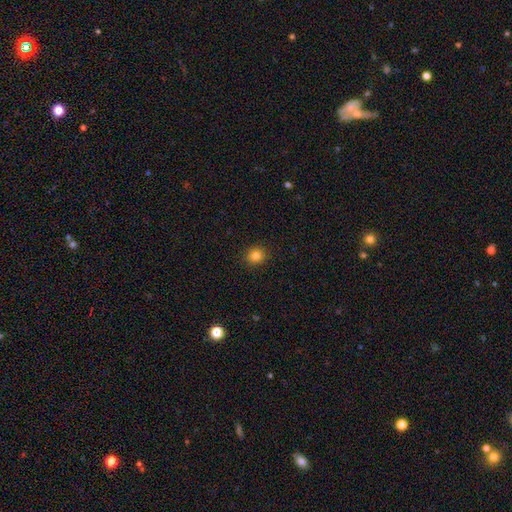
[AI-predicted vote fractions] smooth_or_featured: smooth (p=0.82) [alt: star or artifact p=0.12]
how_rounded: round (p=0.85) [alt: in between p=0.15]
merging: none (p=0.92) [alt: minor disturbance p=0.05]